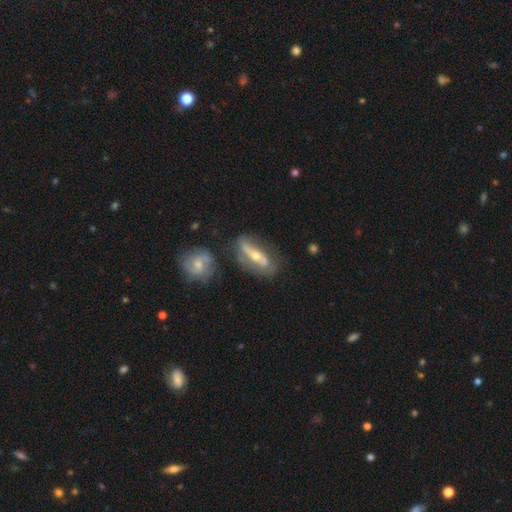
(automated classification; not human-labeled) Smooth or featured? featured or disk (72%)
Edge-on disk? no (65%)
Merging? none (61%)